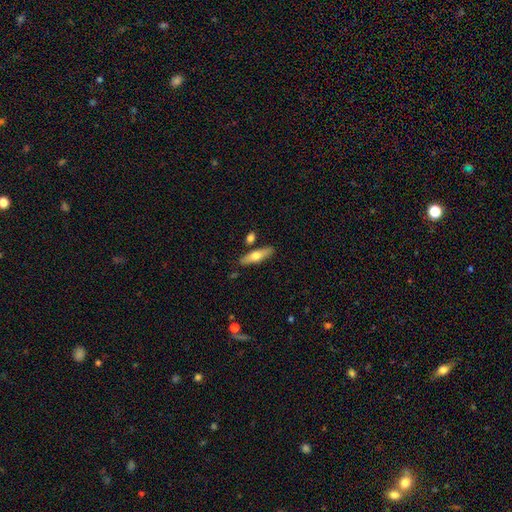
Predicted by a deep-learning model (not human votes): The model was most divided on "smooth or featured": smooth: 55%, featured or disk: 39%, star or artifact: 6%. More confident: merging — none (82%); how rounded — cigar-shaped (66%).